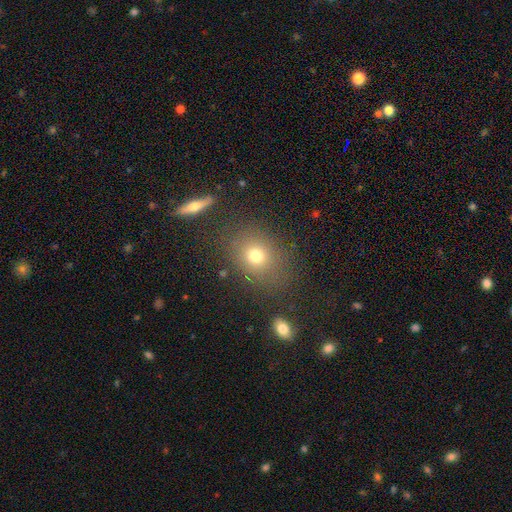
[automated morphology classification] smooth-or-featured: smooth: 72% | star or artifact: 17% | featured or disk: 11%
  how-rounded: round: 53% | in between: 45% | cigar-shaped: 1%
  merging: none: 77% | minor disturbance: 13% | major disturbance: 6% | merger: 4%